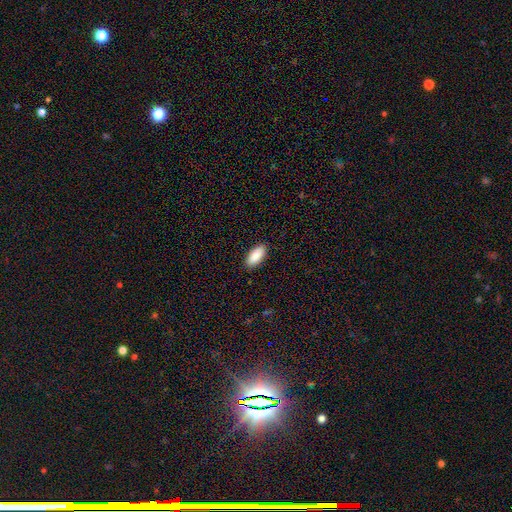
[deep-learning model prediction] smooth 90%, star or artifact 6%, featured or disk 4%. Down the decision tree: how rounded — in between (89%); merging — none (89%).